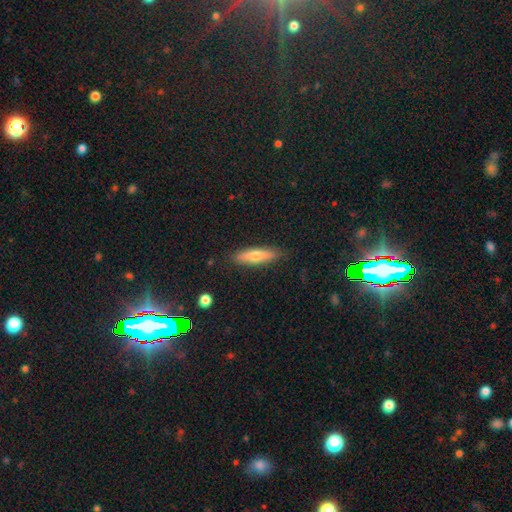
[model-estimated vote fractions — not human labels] Smooth or featured?
  - smooth: 63% *
  - featured or disk: 31%
  - star or artifact: 6%
How rounded?
  - cigar-shaped: 70% *
  - in between: 28%
  - round: 2%
Merging?
  - none: 87% *
  - minor disturbance: 10%
  - major disturbance: 2%
  - merger: 1%